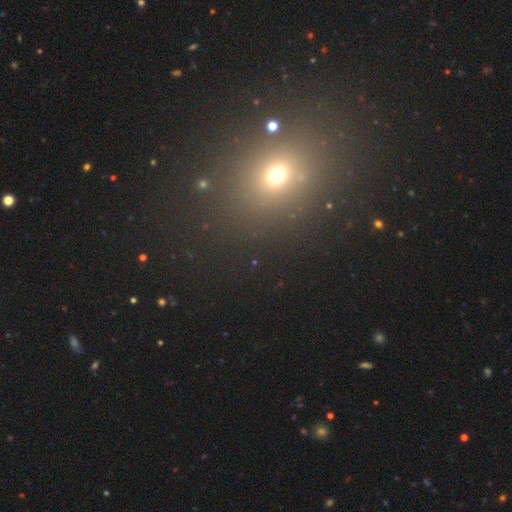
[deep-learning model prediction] smooth_or_featured: smooth (p=0.49) [alt: star or artifact p=0.42]
merging: none (p=0.88) [alt: minor disturbance p=0.07]